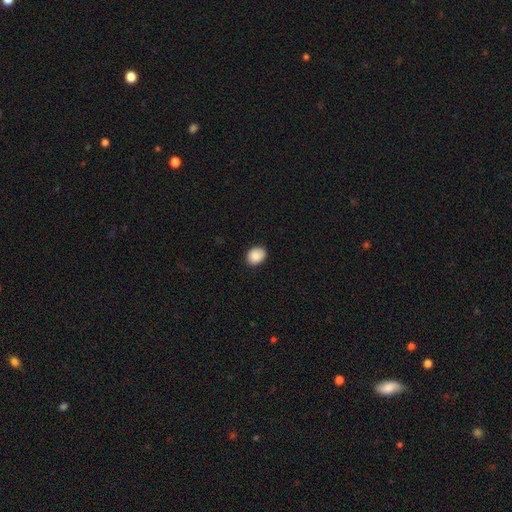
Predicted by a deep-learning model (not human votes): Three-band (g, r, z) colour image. It shows a smooth galaxy with no disk features (88%) that is in between round and cigar-shaped (56%). Merging: none (86%).